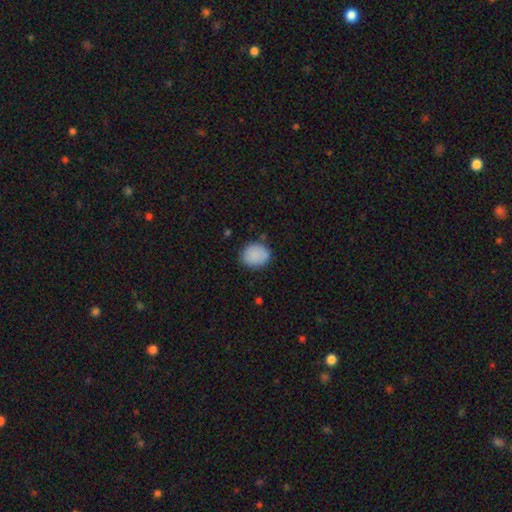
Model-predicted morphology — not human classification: Smooth or featured? smooth (88%)
How rounded? round (62%)
Merging? none (81%)